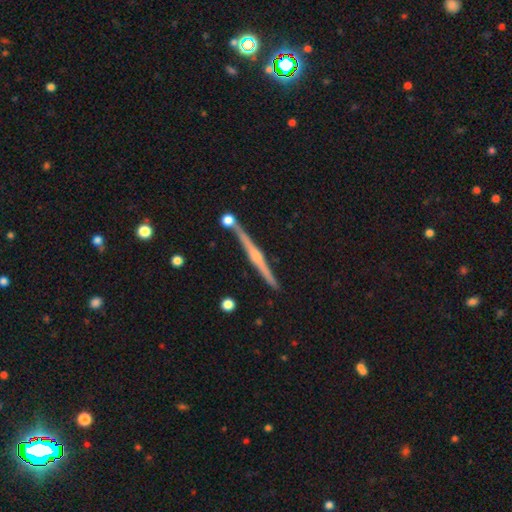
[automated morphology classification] Smooth or featured? Predicted: featured or disk (p=0.79). Edge-on disk? Predicted: yes (p=0.98). Edge-on bulge? Predicted: rounded (p=0.77). Merging? Predicted: none (p=0.82).